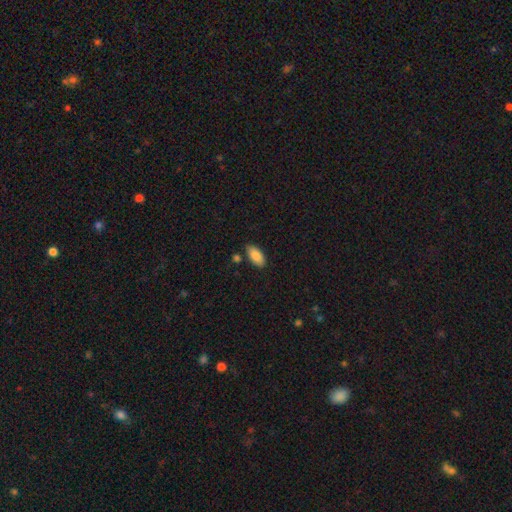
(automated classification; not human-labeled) A smooth galaxy with no disk features (86%) that is in between round and cigar-shaped (93%). Merging: none (81%).